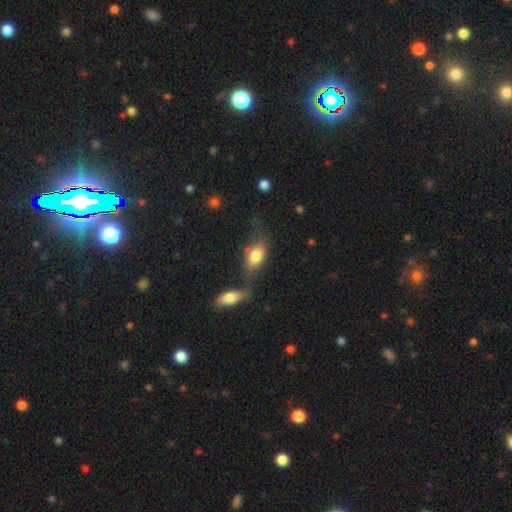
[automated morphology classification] smooth_or_featured: smooth (p=0.77) [alt: featured or disk p=0.16]
how_rounded: in between (p=0.88) [alt: round p=0.07]
merging: merger (p=0.37) [tied with: none p=0.37]